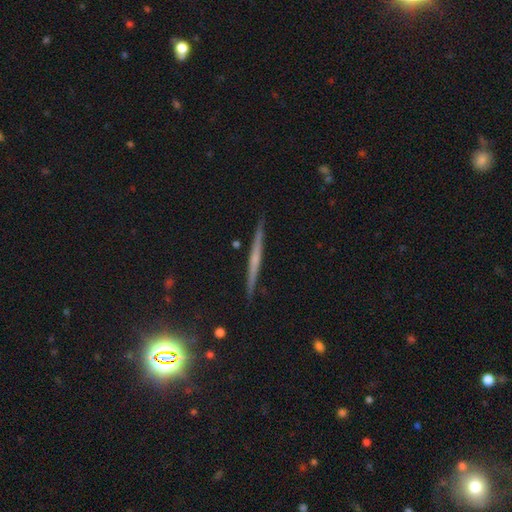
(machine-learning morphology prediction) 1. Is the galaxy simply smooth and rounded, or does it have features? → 61% featured or disk, 23% smooth, 15% star or artifact.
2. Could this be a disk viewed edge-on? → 96% yes, 4% no.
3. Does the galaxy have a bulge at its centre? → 55% none, 36% rounded, 9% boxy.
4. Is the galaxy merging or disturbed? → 90% none, 6% minor disturbance, 2% major disturbance, 2% merger.